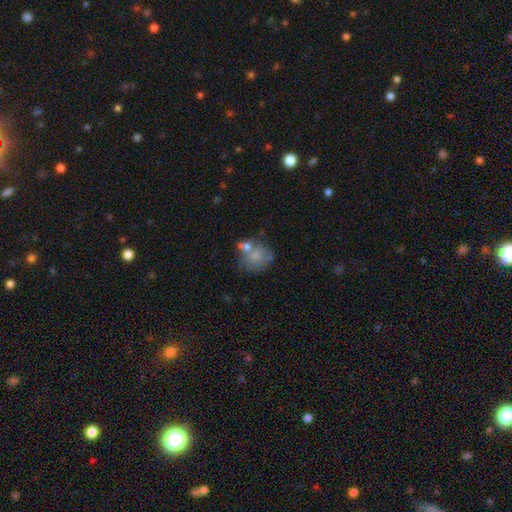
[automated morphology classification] type=smooth (65%); roundness=round (71%); merging=none (46%).